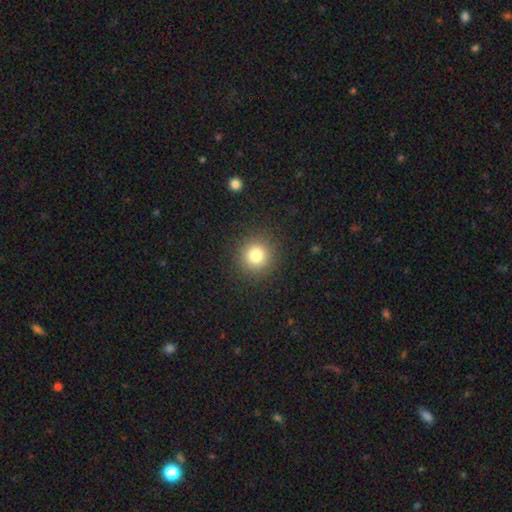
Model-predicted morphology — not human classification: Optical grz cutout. It shows a smooth galaxy with no disk features (81%) that is round (93%). Merging: none (90%).